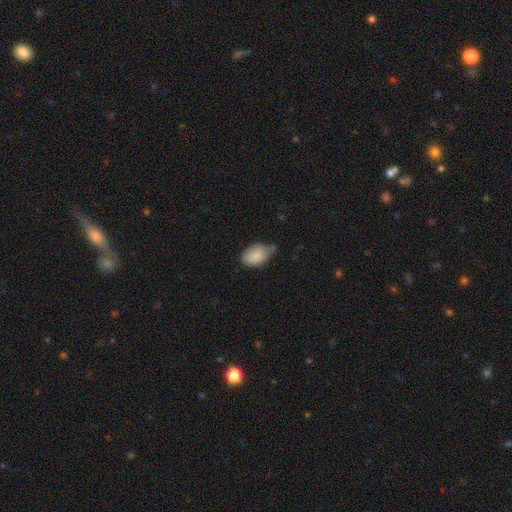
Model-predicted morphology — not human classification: smooth 86%, star or artifact 7%, featured or disk 7%. Down the decision tree: how rounded — in between (90%); merging — minor disturbance (46%).